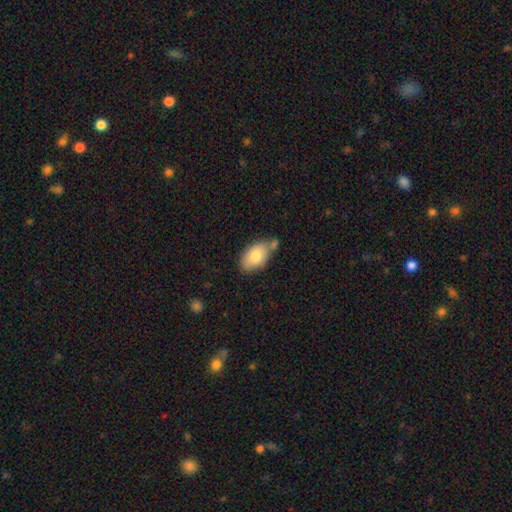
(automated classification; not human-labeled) Smooth or featured: smooth — 81% (featured or disk — 13%)
How rounded: in between — 92% (round — 6%)
Merging: none — 56% (minor disturbance — 20%)